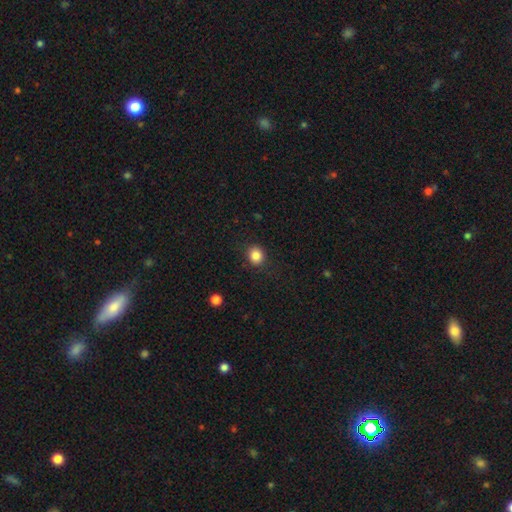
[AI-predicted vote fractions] Q: Smooth or featured?
A: smooth (85%); runner-up: star or artifact (10%)
Q: How rounded?
A: round (80%); runner-up: in between (19%)
Q: Merging?
A: none (88%); runner-up: minor disturbance (8%)